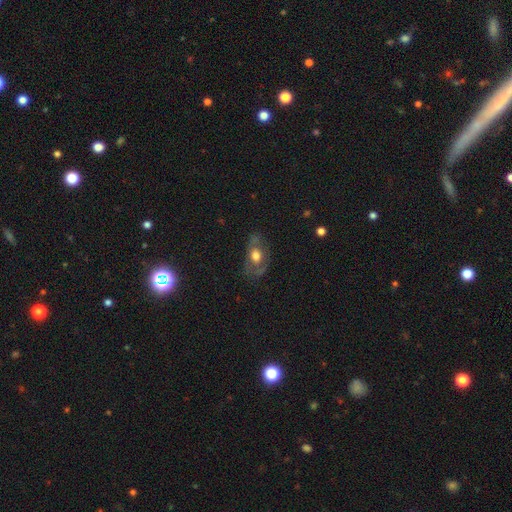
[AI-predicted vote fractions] A featured or disk galaxy (51%). Merging: none (65%).